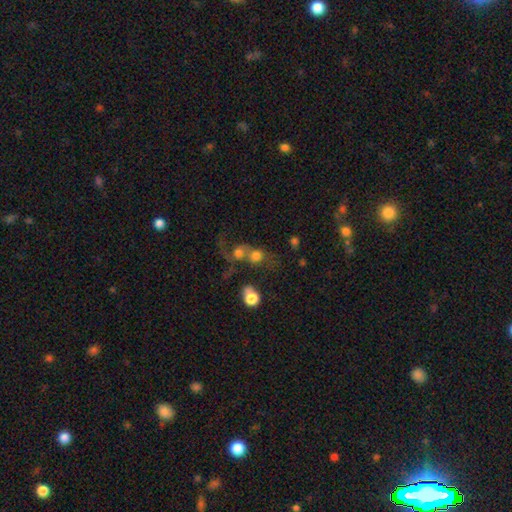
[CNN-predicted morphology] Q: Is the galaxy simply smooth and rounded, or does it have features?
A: smooth — 63%.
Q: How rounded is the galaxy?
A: round — 74%.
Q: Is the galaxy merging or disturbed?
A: merger — 64%.